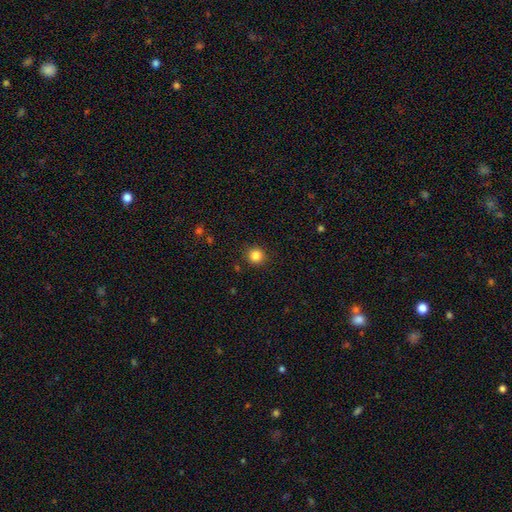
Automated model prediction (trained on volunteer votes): smooth_or_featured: smooth (p=0.84) [alt: star or artifact p=0.11]
how_rounded: round (p=0.94) [alt: in between p=0.05]
merging: none (p=0.91) [alt: minor disturbance p=0.06]